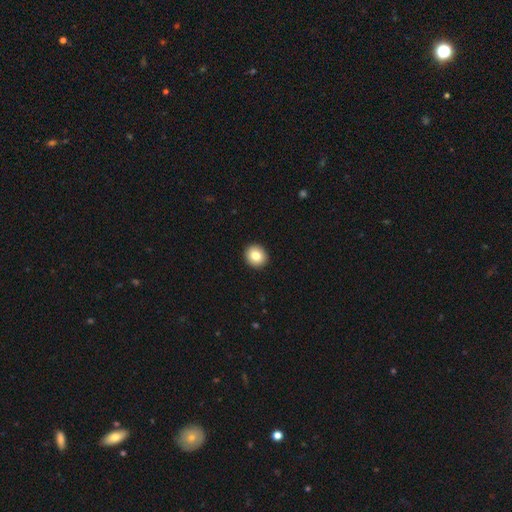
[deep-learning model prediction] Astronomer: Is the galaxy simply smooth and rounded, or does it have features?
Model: smooth — 83%.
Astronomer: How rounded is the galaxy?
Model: round — 86%.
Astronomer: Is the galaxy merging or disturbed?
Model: none — 93%.